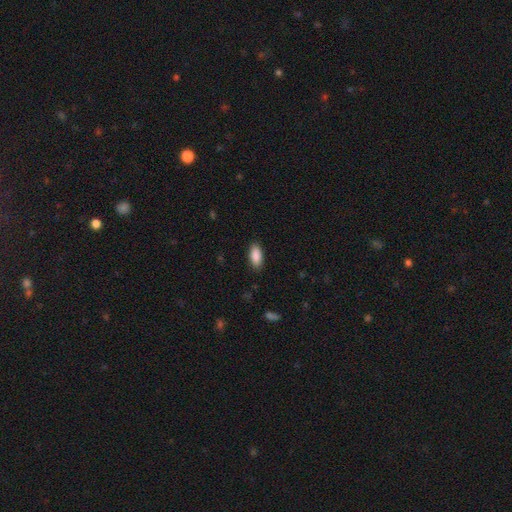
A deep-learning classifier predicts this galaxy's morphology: type=smooth (90%); roundness=in between (89%); merging=none (88%).